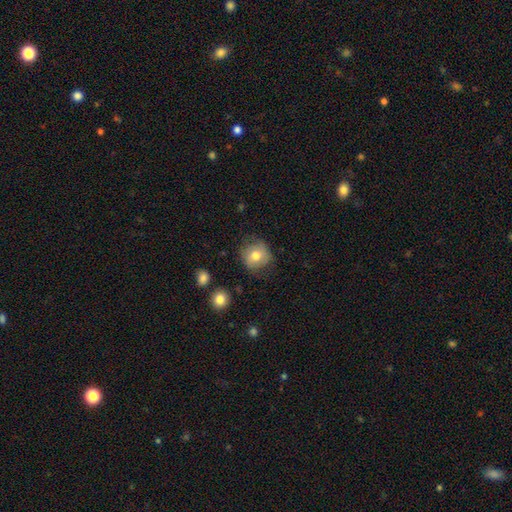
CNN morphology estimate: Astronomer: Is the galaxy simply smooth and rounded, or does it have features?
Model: smooth — 74%.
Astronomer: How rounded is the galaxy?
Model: round — 87%.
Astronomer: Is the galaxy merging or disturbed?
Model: none — 74%.